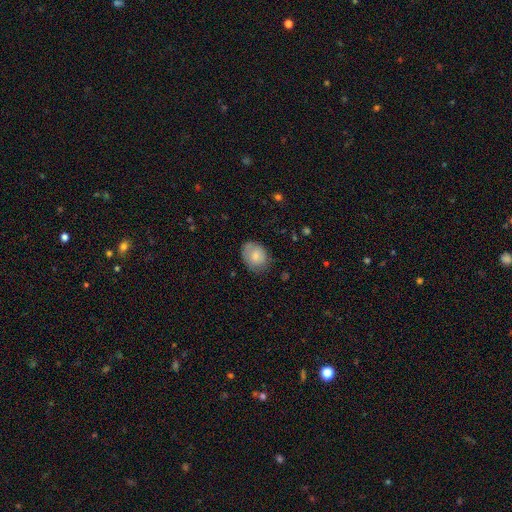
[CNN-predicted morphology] A smooth galaxy with no disk features (75%) that is in between round and cigar-shaped (56%).

Vote fractions:
- Smooth or featured? smooth: 75% / featured or disk: 17% / star or artifact: 7%
- How rounded? in between: 56% / round: 43% / cigar-shaped: 1%
- Merging? none: 67% / minor disturbance: 25% / major disturbance: 7% / merger: 1%